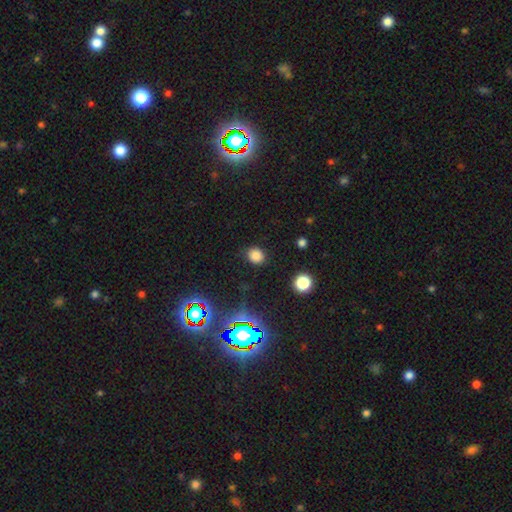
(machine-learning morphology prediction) smooth 79%, star or artifact 16%, featured or disk 5%. Down the decision tree: how rounded — round (70%); merging — none (85%).